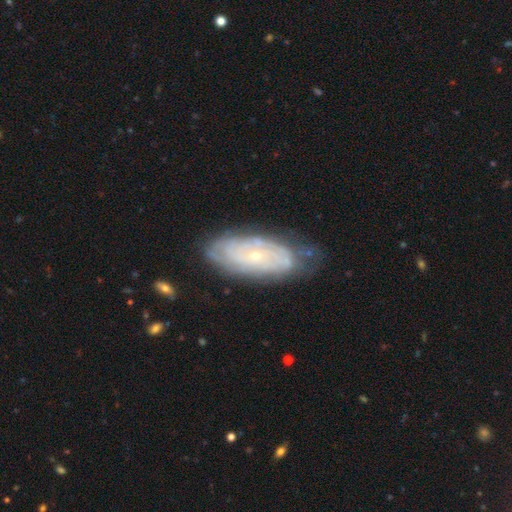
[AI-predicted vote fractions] Morphology: type=featured or disk (73%); edge-on=no (91%); bar=no (79%); spiral arms=yes (83%); winding=tight (76%); arm count=can't tell (59%); bulge=small (79%); merging=none (69%).